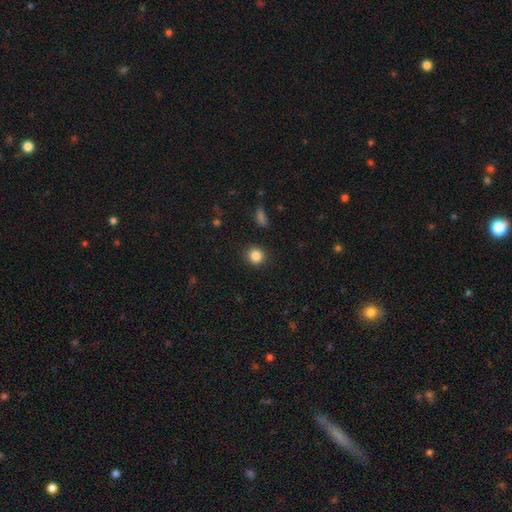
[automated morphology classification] This is clearly a smooth galaxy (84%). How rounded: clearly round (89%). Merging: clearly none (90%).